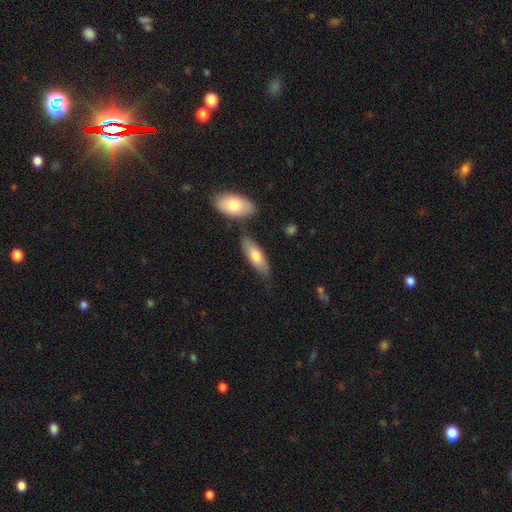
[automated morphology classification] smooth 71%, featured or disk 23%, star or artifact 6%. Down the decision tree: how rounded — in between (70%); merging — none (65%).